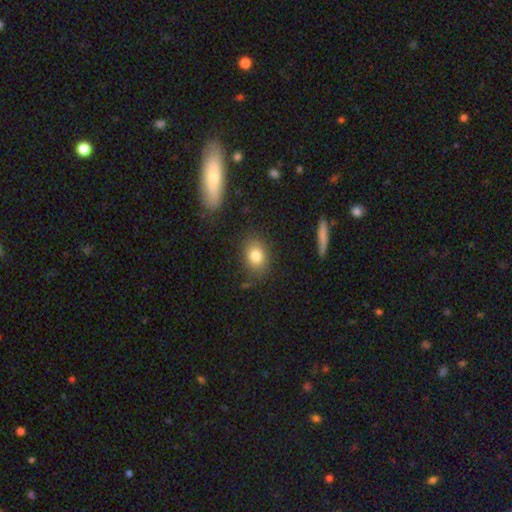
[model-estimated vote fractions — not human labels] This appears to be a smooth galaxy with no disk features (82%) that is in between round and cigar-shaped (61%). Merging: none (82%).